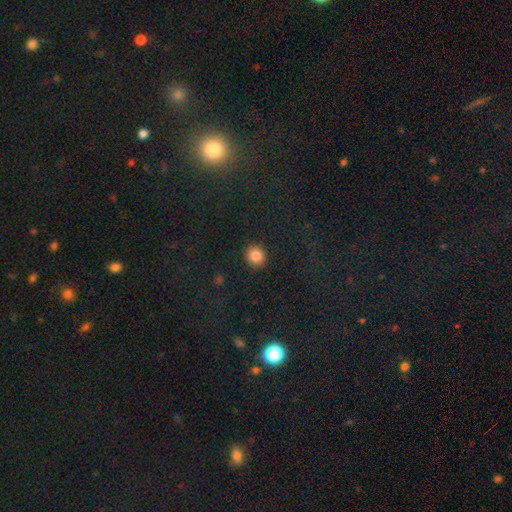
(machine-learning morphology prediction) Smooth or featured? Predicted: smooth (p=0.85). How rounded? Predicted: round (p=0.88). Merging? Predicted: none (p=0.91).